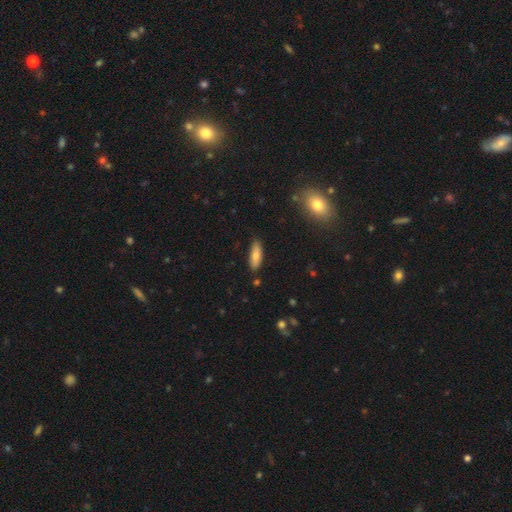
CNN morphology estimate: A smooth galaxy with no disk features (79%) that is in between round and cigar-shaped (59%). Merging: none (82%).